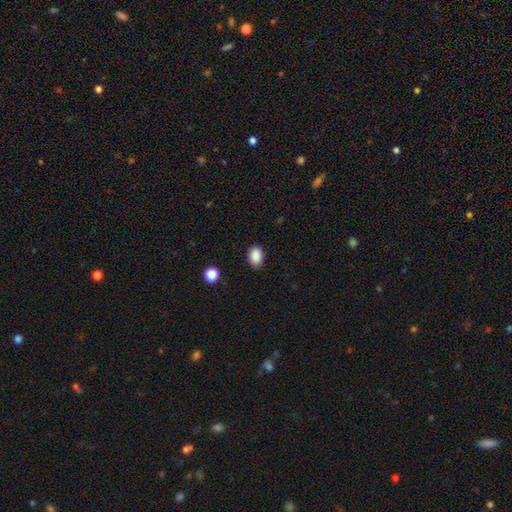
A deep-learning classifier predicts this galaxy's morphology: smooth 89%, star or artifact 8%, featured or disk 3%. Down the decision tree: how rounded — in between (82%); merging — none (87%).